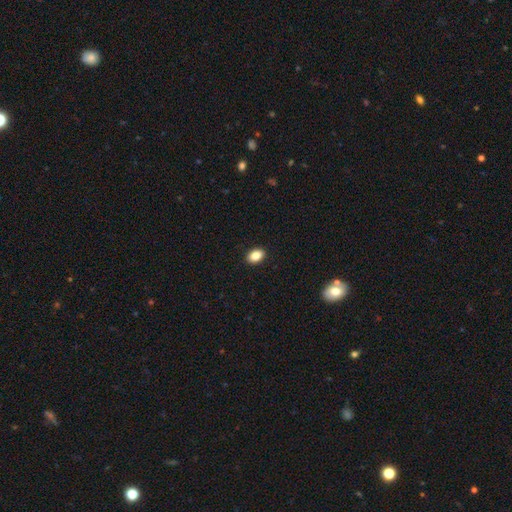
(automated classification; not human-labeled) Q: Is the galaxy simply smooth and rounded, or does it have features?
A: smooth — 86%.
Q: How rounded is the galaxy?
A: in between — 83%.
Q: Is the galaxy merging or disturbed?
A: none — 91%.